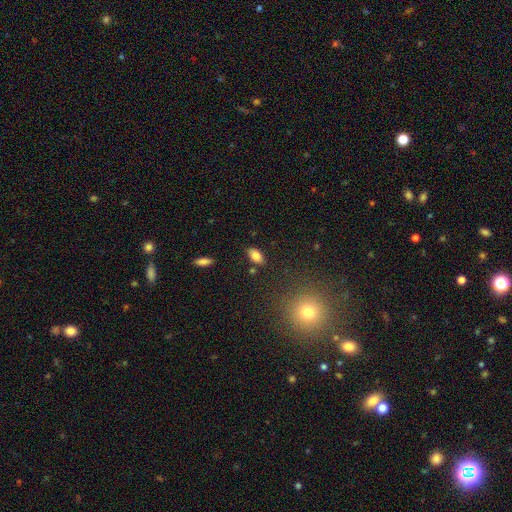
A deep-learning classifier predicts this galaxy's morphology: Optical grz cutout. It shows a smooth galaxy with no disk features (82%) that is in between round and cigar-shaped (91%). Merging: none (83%).